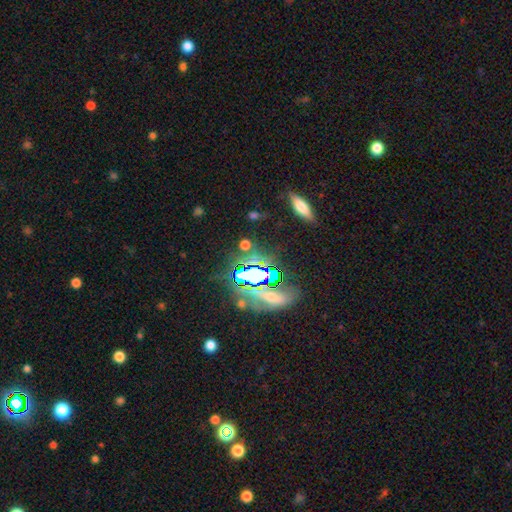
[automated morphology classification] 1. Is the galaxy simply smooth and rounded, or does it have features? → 67% star or artifact, 18% smooth, 15% featured or disk.